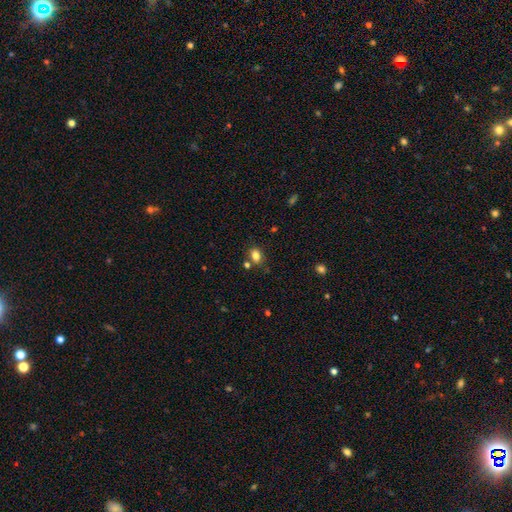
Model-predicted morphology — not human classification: smooth-or-featured: smooth: 81% | star or artifact: 12% | featured or disk: 7%
  how-rounded: in between: 71% | round: 28% | cigar-shaped: 2%
  merging: none: 71% | minor disturbance: 14% | merger: 12% | major disturbance: 4%